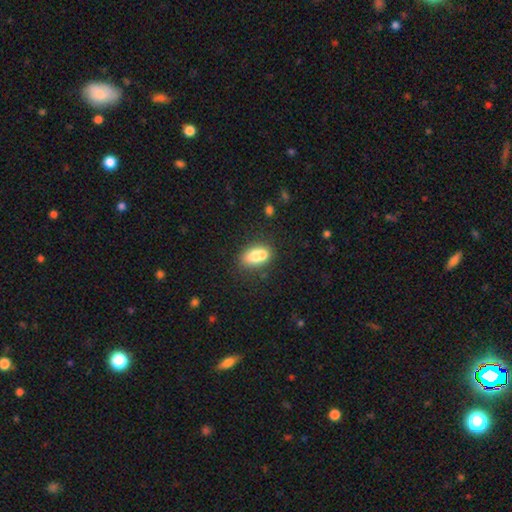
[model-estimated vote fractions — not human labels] Overall: smooth (69%). How rounded: in between (75%). Merging: merger (48%; none 36%).